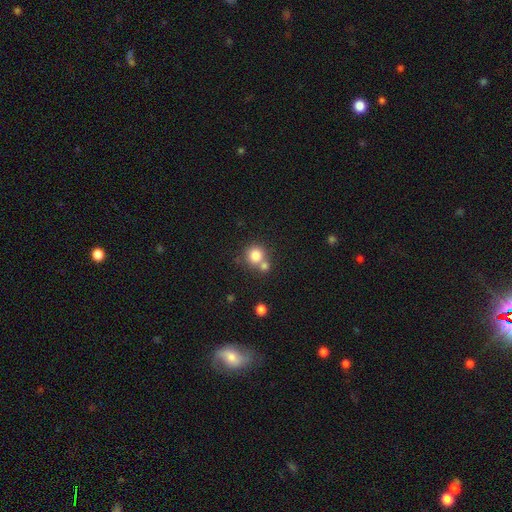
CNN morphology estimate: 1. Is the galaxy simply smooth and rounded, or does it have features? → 81% smooth, 11% star or artifact, 8% featured or disk.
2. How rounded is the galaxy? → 89% round, 10% in between, 1% cigar-shaped.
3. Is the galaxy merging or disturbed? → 54% none, 35% merger, 8% minor disturbance, 3% major disturbance.